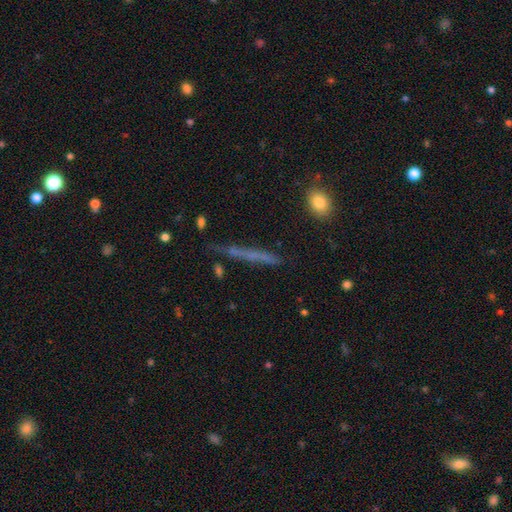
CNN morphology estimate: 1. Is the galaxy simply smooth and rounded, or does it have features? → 49% smooth, 40% featured or disk, 11% star or artifact.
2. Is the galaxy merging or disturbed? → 73% none, 17% minor disturbance, 6% major disturbance, 4% merger.